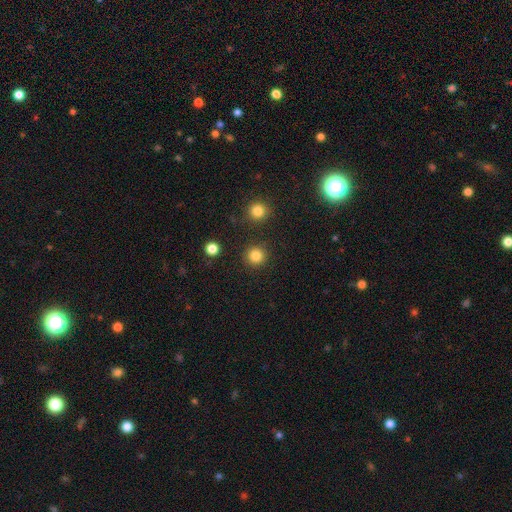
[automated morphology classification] Smooth or featured? smooth (84%)
How rounded? round (95%)
Merging? none (91%)